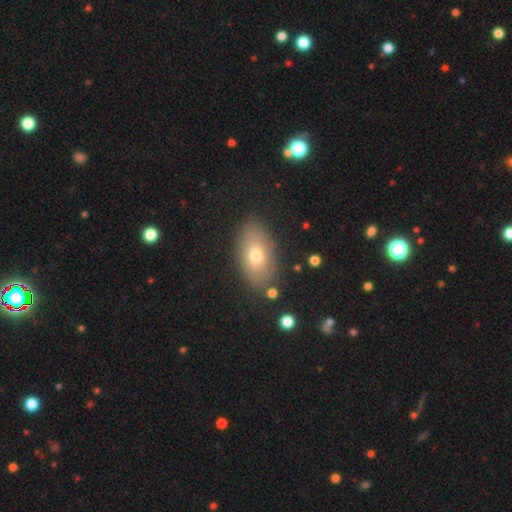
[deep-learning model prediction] The model was most divided on "smooth or featured": smooth: 67%, featured or disk: 23%, star or artifact: 10%. More confident: how rounded — in between (89%); merging — none (84%).